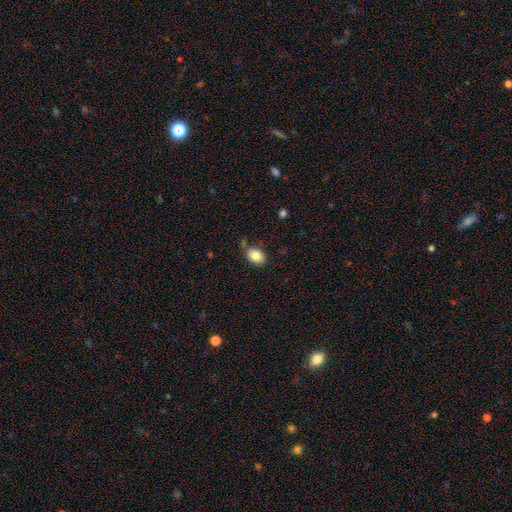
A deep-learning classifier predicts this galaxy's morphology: Smooth or featured? Predicted: smooth (p=0.84). How rounded? Predicted: in between (p=0.76). Merging? Predicted: none (p=0.76).